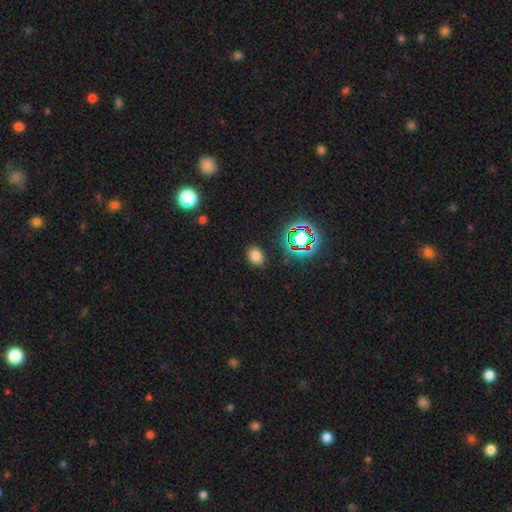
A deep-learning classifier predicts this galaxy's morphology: Smooth or featured? smooth (74%)
How rounded? in between (66%)
Merging? none (87%)